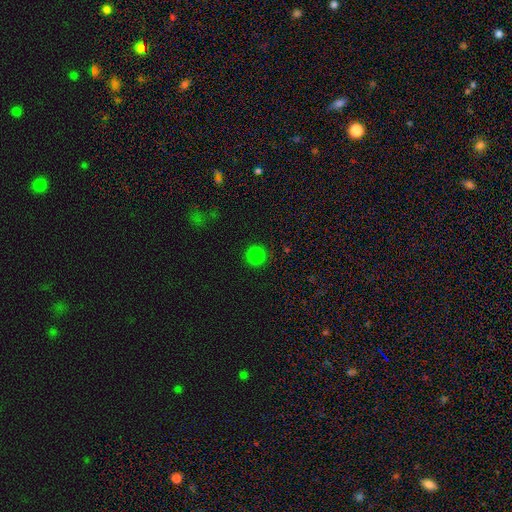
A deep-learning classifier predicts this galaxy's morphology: This appears to be a smooth galaxy with no disk features (82%) that is round (95%). Merging: none (91%).